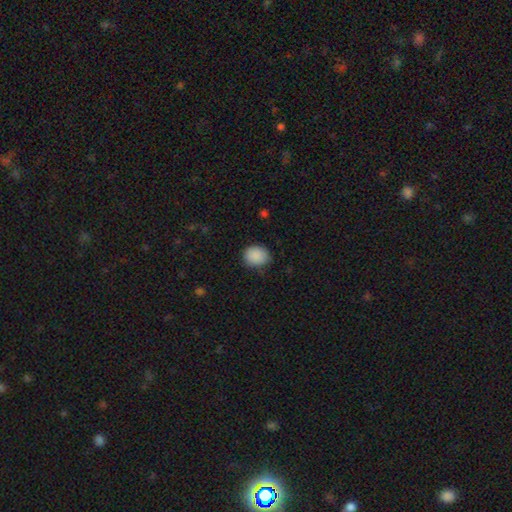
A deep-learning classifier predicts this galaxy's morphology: Smooth or featured? Predicted: smooth (p=0.89). How rounded? Predicted: round (p=0.59). Merging? Predicted: none (p=0.79).